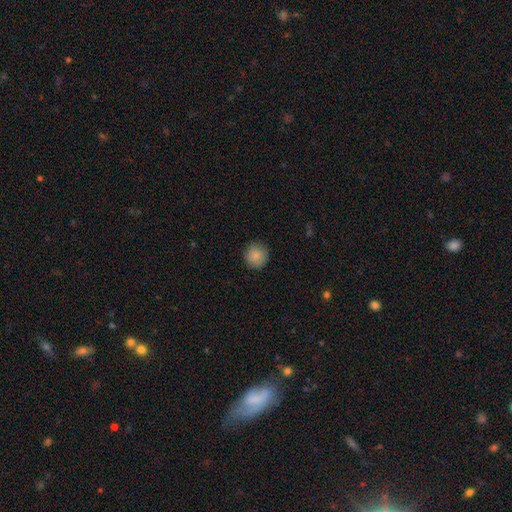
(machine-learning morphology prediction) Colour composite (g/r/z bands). It shows a smooth galaxy with no disk features (87%) that is round (92%). Merging: none (89%).